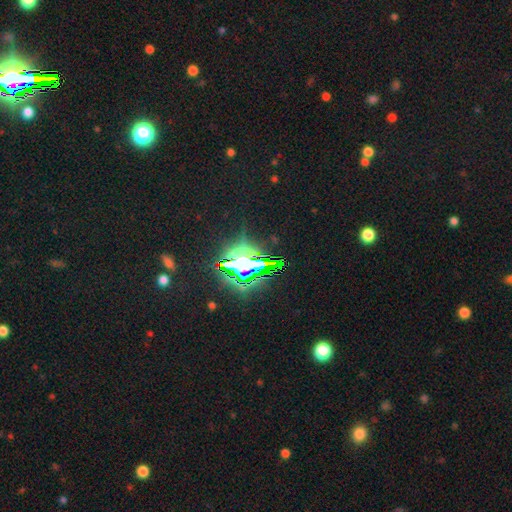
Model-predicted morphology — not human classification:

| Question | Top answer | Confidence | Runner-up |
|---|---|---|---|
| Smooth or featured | star or artifact | 82% | smooth (9%) |